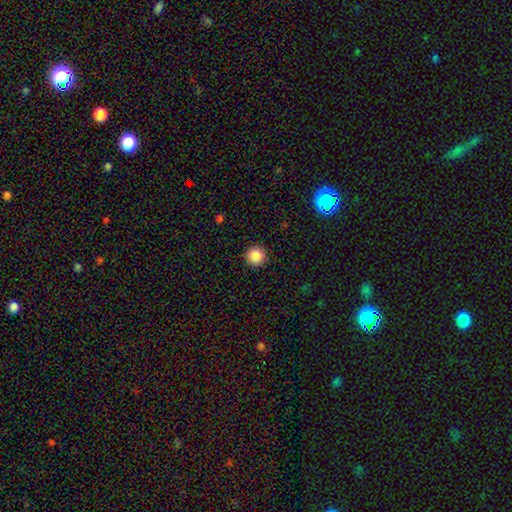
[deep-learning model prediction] This appears to be a smooth galaxy with no disk features (86%) that is round (96%). Merging: none (91%).